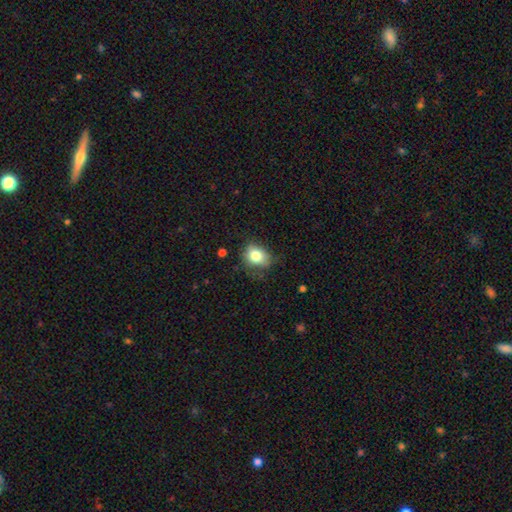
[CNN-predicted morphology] A smooth galaxy with no disk features (79%) that is in between round and cigar-shaped (55%).

Vote fractions:
- Smooth or featured? smooth: 79% / featured or disk: 11% / star or artifact: 10%
- How rounded? in between: 55% / round: 44% / cigar-shaped: 1%
- Merging? none: 64% / minor disturbance: 27% / major disturbance: 8% / merger: 2%